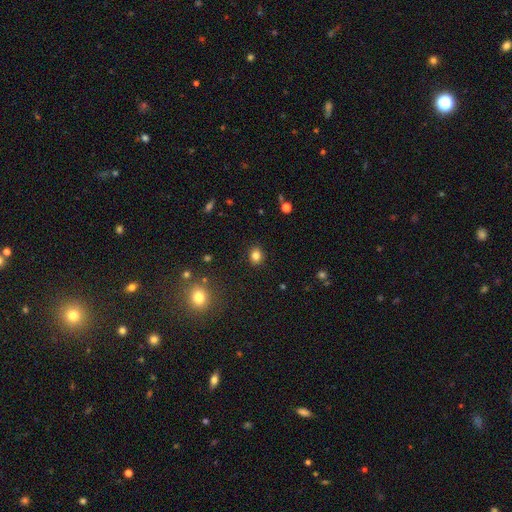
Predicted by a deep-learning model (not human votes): Smooth or featured?
  - smooth: 82% *
  - star or artifact: 12%
  - featured or disk: 6%
How rounded?
  - round: 63% *
  - in between: 36%
  - cigar-shaped: 1%
Merging?
  - none: 89% *
  - minor disturbance: 7%
  - major disturbance: 2%
  - merger: 1%